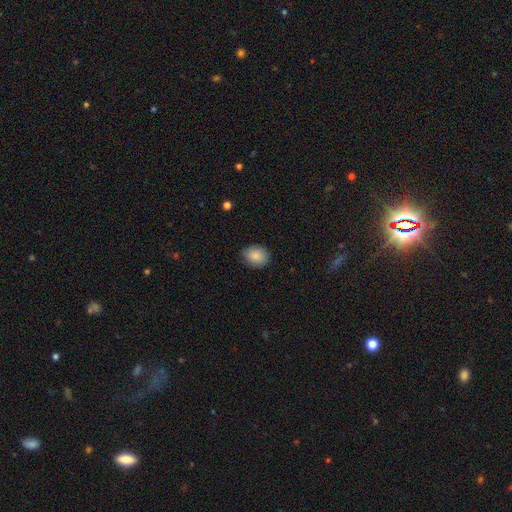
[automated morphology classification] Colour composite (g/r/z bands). It shows a smooth galaxy with no disk features (86%) that is in between round and cigar-shaped (52%). Merging: none (82%).